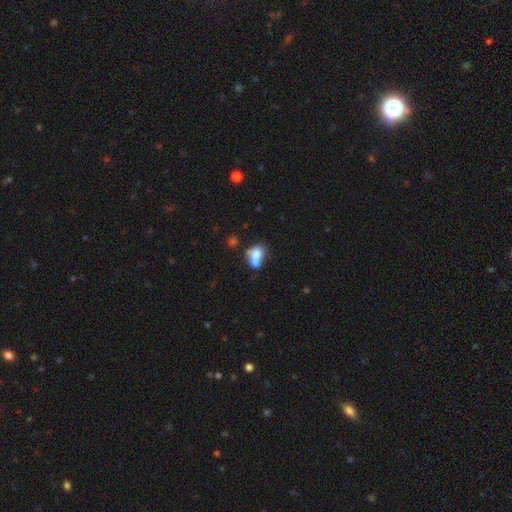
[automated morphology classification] Overall: smooth (71%). How rounded: in between (54%; round 45%). Merging: merger (62%; none 24%).